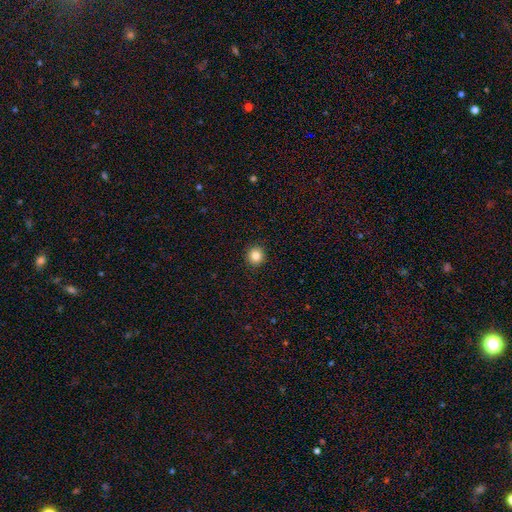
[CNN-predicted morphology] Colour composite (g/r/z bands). It shows a smooth galaxy with no disk features (85%) that is round (93%). Merging: none (92%).